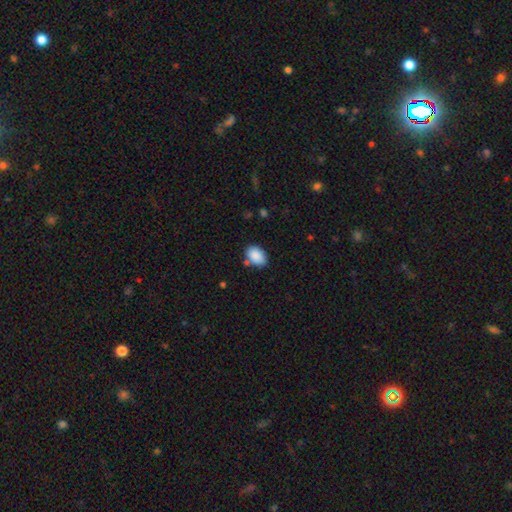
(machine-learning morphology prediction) Smooth or featured?
  - smooth: 88% *
  - star or artifact: 7%
  - featured or disk: 4%
How rounded?
  - in between: 86% *
  - round: 13%
  - cigar-shaped: 1%
Merging?
  - none: 72% *
  - minor disturbance: 17%
  - merger: 7%
  - major disturbance: 4%